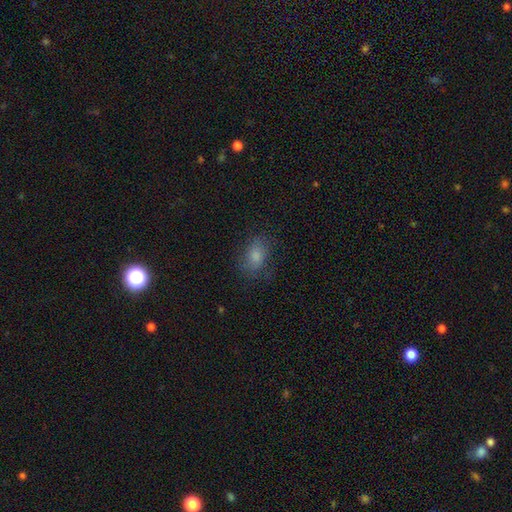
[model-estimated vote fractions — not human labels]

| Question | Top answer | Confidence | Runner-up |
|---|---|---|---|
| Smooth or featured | smooth | 67% | star or artifact (18%) |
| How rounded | in between | 69% | round (29%) |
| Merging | none | 74% | minor disturbance (17%) |